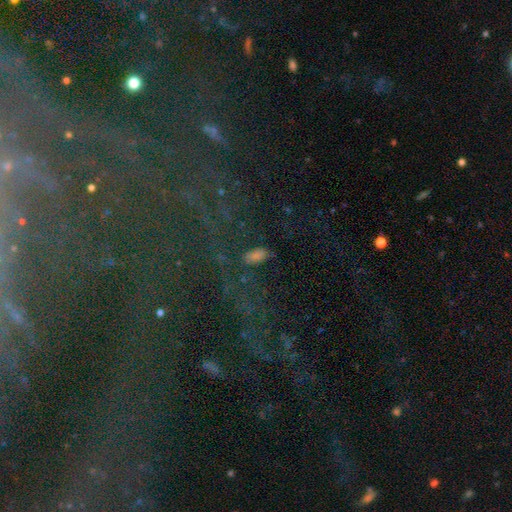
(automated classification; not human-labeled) This appears to be a star or artifact, not a galaxy (44%).